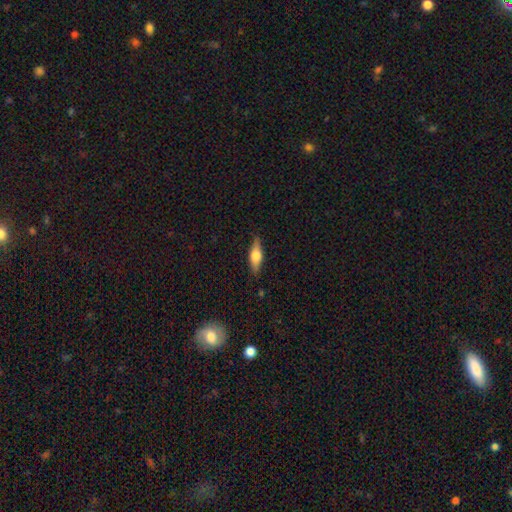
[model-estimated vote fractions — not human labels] smooth-or-featured: smooth: 48% | featured or disk: 45% | star or artifact: 7%
  merging: none: 84% | minor disturbance: 12% | major disturbance: 3% | merger: 1%